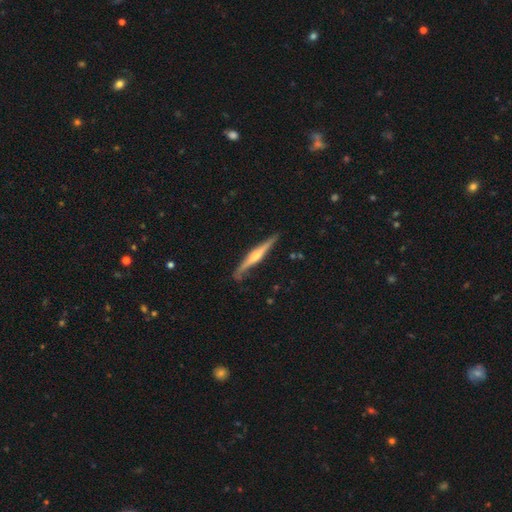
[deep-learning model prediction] Smooth or featured: featured or disk — 73% (smooth — 22%)
Edge-on disk: yes — 97% (no — 3%)
Edge-on bulge: rounded — 82% (none — 11%)
Merging: none — 81% (minor disturbance — 15%)